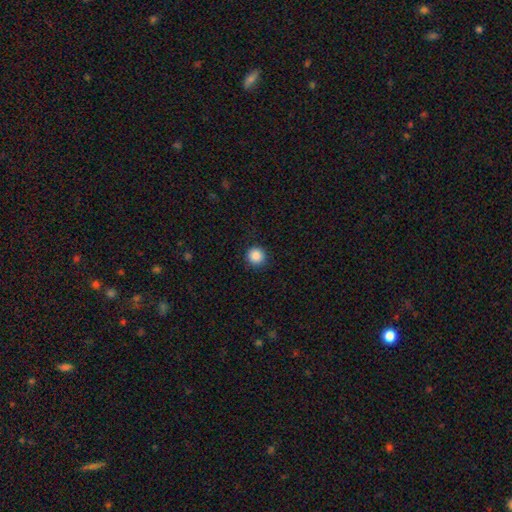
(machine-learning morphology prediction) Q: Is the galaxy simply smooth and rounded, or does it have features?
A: smooth — 88%.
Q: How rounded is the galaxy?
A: round — 95%.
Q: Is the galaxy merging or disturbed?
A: none — 91%.